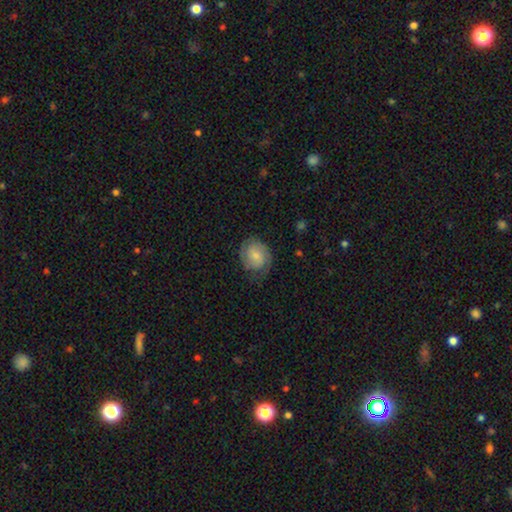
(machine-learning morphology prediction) Smooth or featured? Predicted: smooth (p=0.50). Merging? Predicted: none (p=0.63).